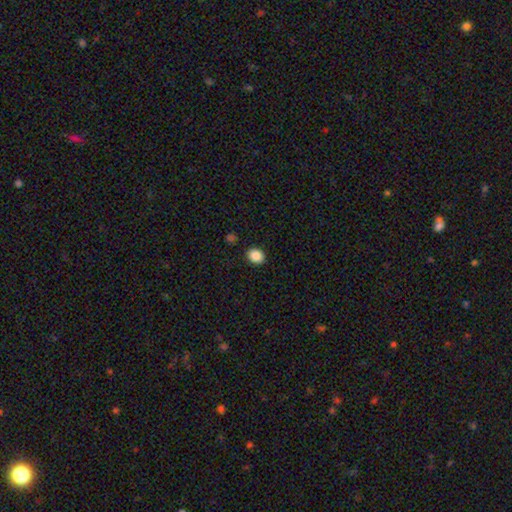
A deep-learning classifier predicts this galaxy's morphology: smooth 88%, star or artifact 9%, featured or disk 4%. Down the decision tree: how rounded — in between (51%); merging — none (90%).